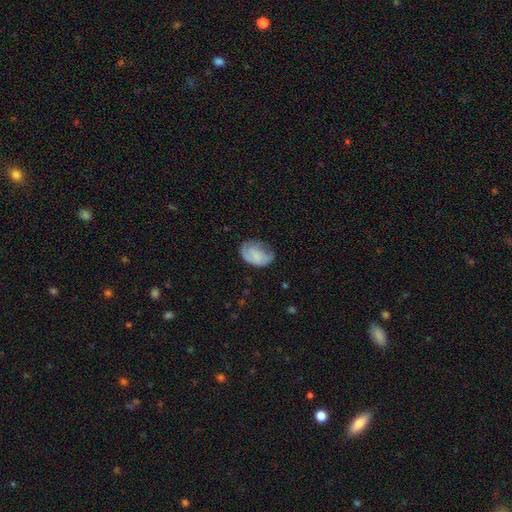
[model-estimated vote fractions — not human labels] smooth-or-featured: smooth: 62% | featured or disk: 31% | star or artifact: 8%
  how-rounded: in between: 83% | round: 16% | cigar-shaped: 1%
  merging: none: 44% | minor disturbance: 36% | major disturbance: 19% | merger: 2%